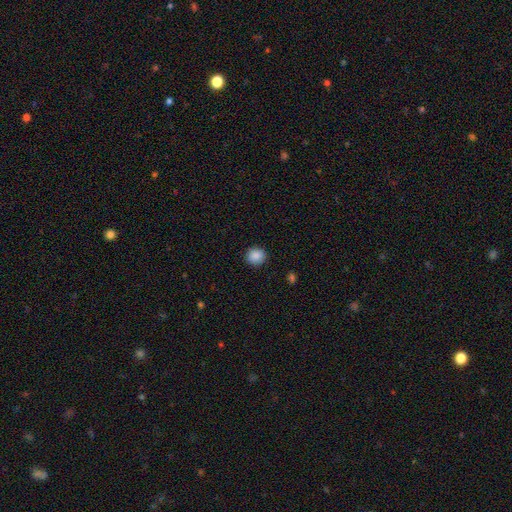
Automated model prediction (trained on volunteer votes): Smooth or featured? Predicted: smooth (p=0.88). How rounded? Predicted: round (p=0.86). Merging? Predicted: none (p=0.90).